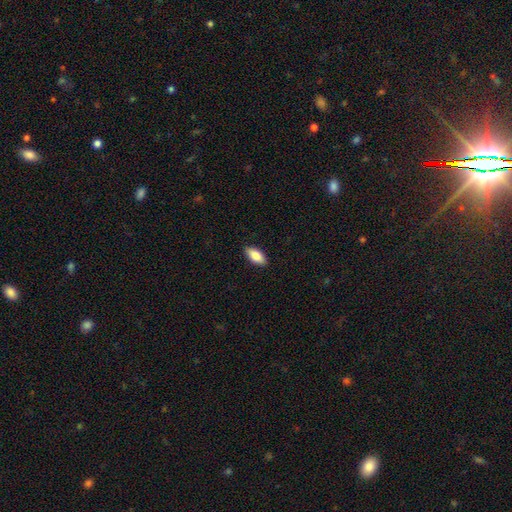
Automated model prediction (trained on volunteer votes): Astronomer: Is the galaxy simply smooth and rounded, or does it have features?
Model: smooth — 83%.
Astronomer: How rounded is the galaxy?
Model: in between — 88%.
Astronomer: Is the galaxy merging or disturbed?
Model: none — 89%.